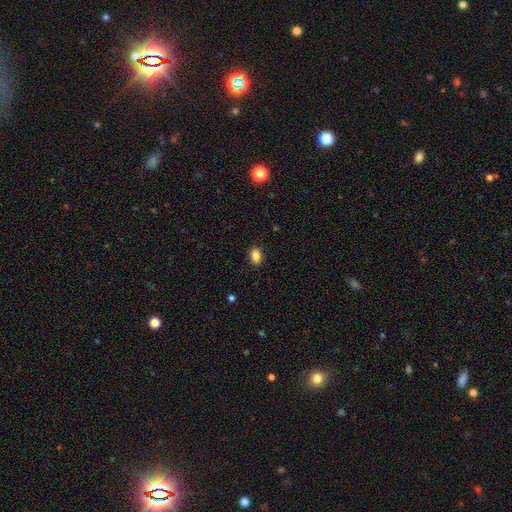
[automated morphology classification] The model was most divided on "how rounded": in between: 83%, round: 15%, cigar-shaped: 2%. More confident: merging — none (87%); smooth or featured — smooth (86%).